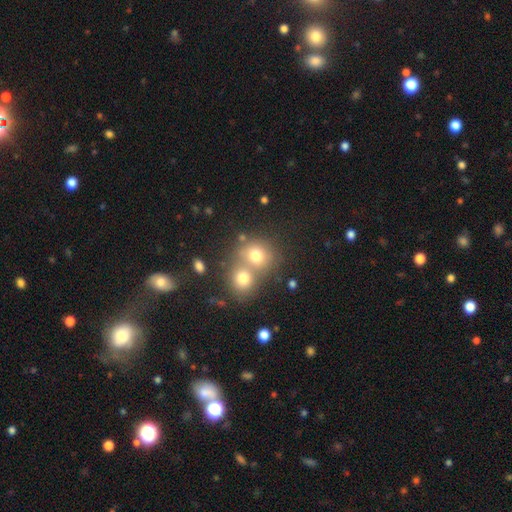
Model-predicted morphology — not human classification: This appears to be a smooth galaxy with no disk features (73%) that is round (79%). Merging: merger (54%).